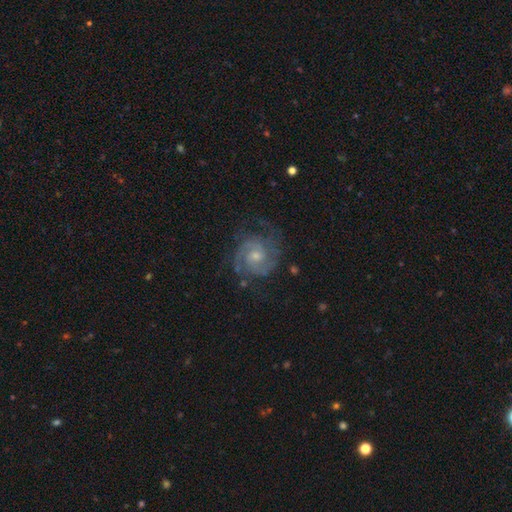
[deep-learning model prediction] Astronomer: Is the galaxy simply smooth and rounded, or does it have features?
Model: featured or disk — 88%.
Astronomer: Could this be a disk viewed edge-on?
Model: no — 98%.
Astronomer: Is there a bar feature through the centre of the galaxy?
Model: no — 64%.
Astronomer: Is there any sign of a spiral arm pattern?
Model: yes — 97%.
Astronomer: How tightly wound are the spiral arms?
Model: tight — 53% (runner-up: medium, 39%).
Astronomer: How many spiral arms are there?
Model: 2 — 70%.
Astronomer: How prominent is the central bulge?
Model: small — 52% (runner-up: moderate, 42%).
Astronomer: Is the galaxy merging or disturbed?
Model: none — 70%.